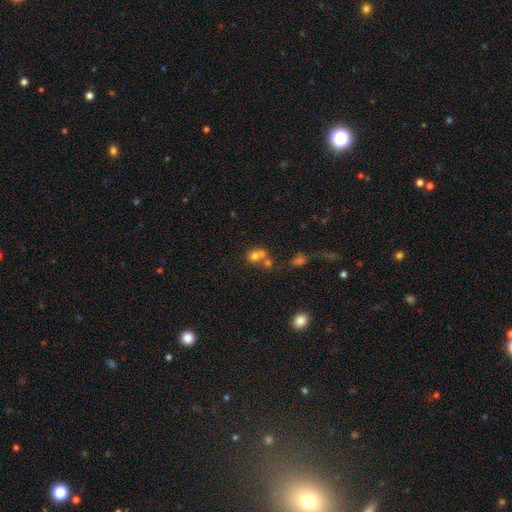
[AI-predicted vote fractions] Q: Smooth or featured?
A: smooth (68%); runner-up: featured or disk (17%)
Q: How rounded?
A: round (65%); runner-up: in between (34%)
Q: Merging?
A: merger (56%); runner-up: none (30%)